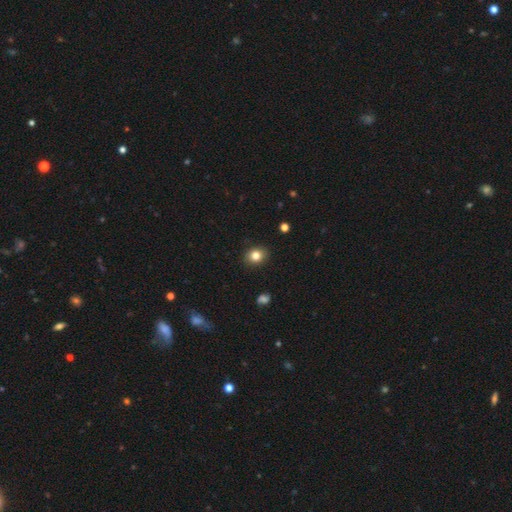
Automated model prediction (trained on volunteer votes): Overall: smooth (82%). How rounded: round (64%; in between 35%). Merging: none (89%).